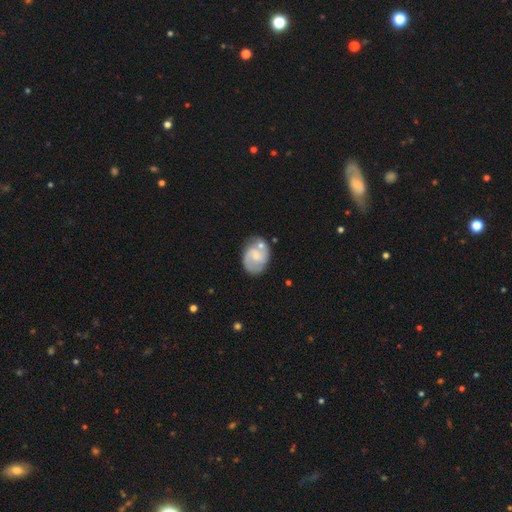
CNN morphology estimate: A featured or disk galaxy (62%) with a weak bar (46%, tied with no), 2 (77%) medium (47%) spiral arms (85%) and a small central bulge (46%).

Vote fractions:
- Smooth or featured? featured or disk: 62% / smooth: 31% / star or artifact: 6%
- Edge-on disk? no: 97% / yes: 3%
- Bar? weak: 46% (tied) / no: 46% (tied) / strong: 8%
- Spiral arms? yes: 85% / no: 15%
- Spiral winding? medium: 47% / tight: 27% / loose: 26%
- Spiral arm count? 2: 77% / can't tell: 12% / 1: 7% / 3: 2% / 4: 1% / more than 4: 1%
- Bulge size? small: 46% / moderate: 35% / none: 14% / large: 4% / dominant: 1%
- Merging? none: 56% / minor disturbance: 21% / merger: 16% / major disturbance: 7%